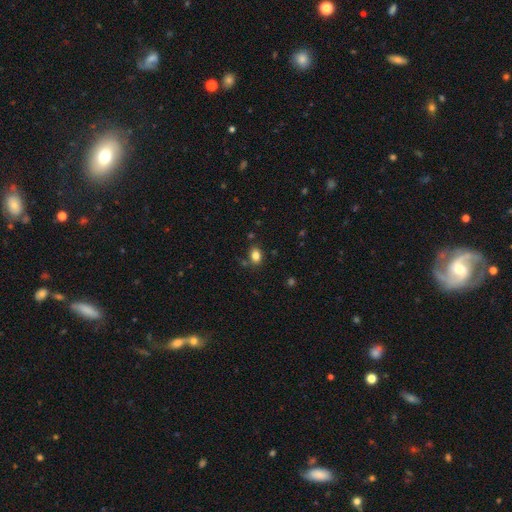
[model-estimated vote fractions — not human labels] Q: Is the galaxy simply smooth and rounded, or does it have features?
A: smooth — 83%.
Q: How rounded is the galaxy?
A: in between — 70%.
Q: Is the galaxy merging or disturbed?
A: none — 80%.